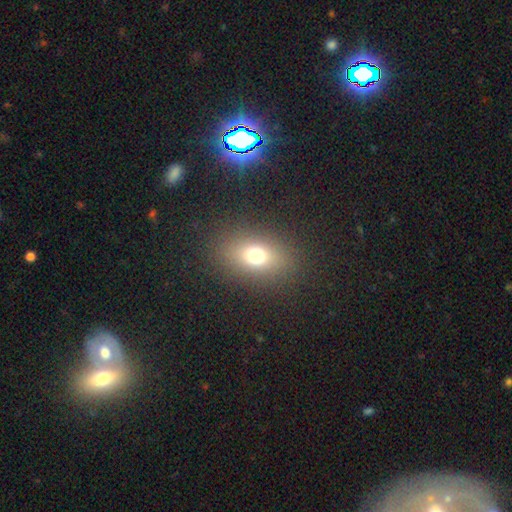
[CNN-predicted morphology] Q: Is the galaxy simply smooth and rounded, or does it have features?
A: smooth — 70%.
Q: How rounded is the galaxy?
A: in between — 70%.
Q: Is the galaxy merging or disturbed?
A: none — 85%.